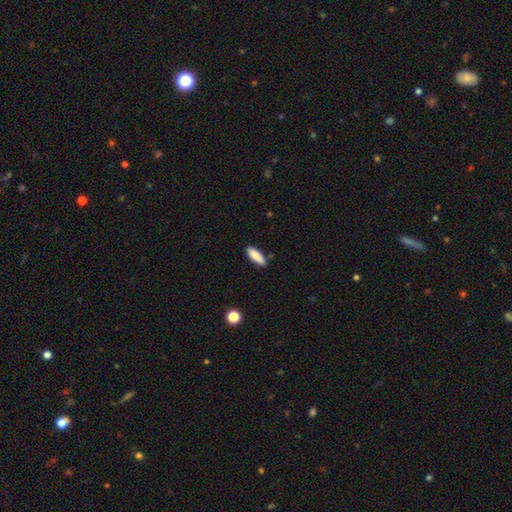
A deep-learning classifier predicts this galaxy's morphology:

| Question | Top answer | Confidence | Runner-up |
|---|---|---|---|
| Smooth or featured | smooth | 88% | star or artifact (7%) |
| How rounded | in between | 60% | cigar-shaped (38%) |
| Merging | none | 84% | minor disturbance (11%) |